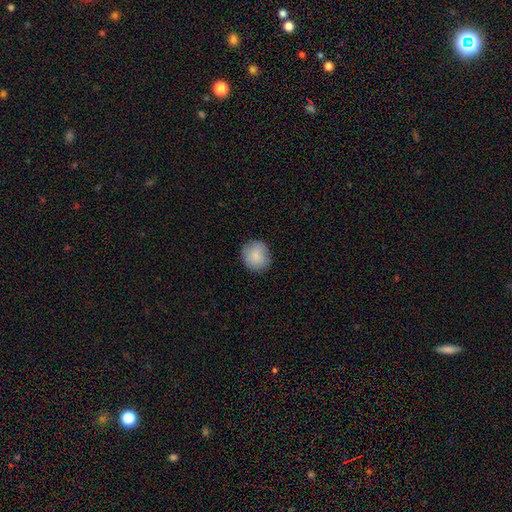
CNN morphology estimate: A smooth galaxy with no disk features (87%) that is round (86%).

Vote fractions:
- Smooth or featured? smooth: 87% / star or artifact: 7% / featured or disk: 6%
- How rounded? round: 86% / in between: 13% / cigar-shaped: 1%
- Merging? none: 85% / minor disturbance: 11% / major disturbance: 3% / merger: 1%